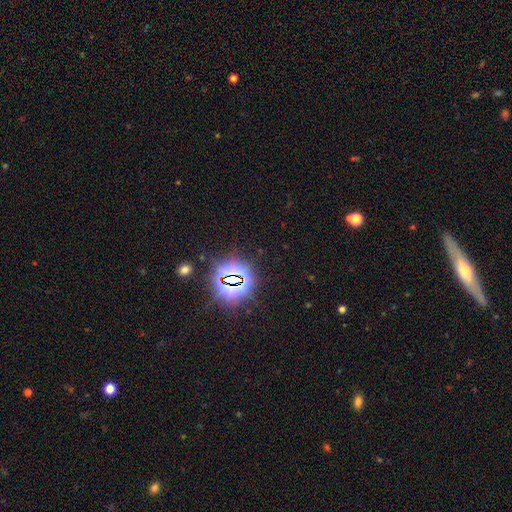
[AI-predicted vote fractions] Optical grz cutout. It shows a star or artifact, not a galaxy (81%).